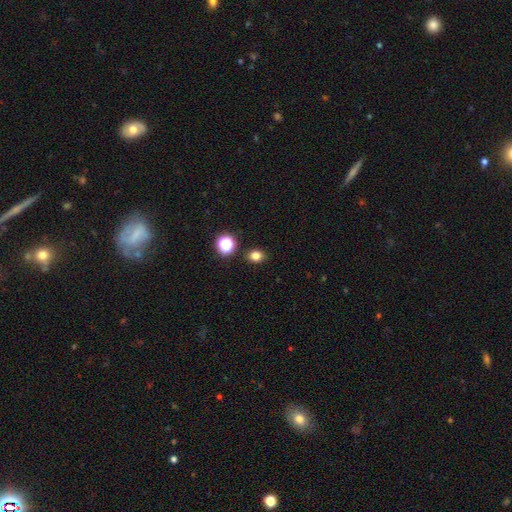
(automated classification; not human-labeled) Morphology: type=smooth (80%); roundness=round (52%); merging=none (88%).